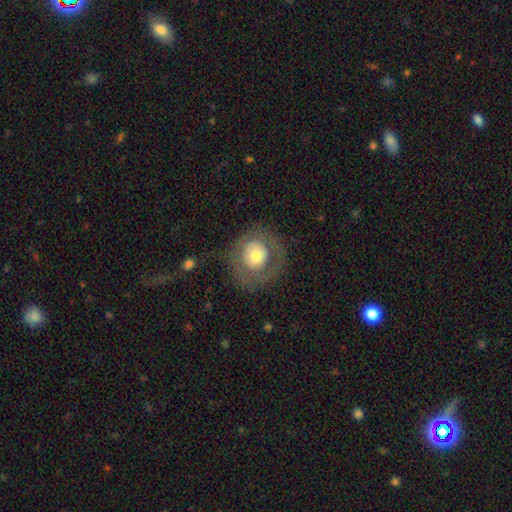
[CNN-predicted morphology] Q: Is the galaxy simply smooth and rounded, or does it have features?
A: smooth — 54%.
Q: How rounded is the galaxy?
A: round — 87%.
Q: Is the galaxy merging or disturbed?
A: none — 68%.